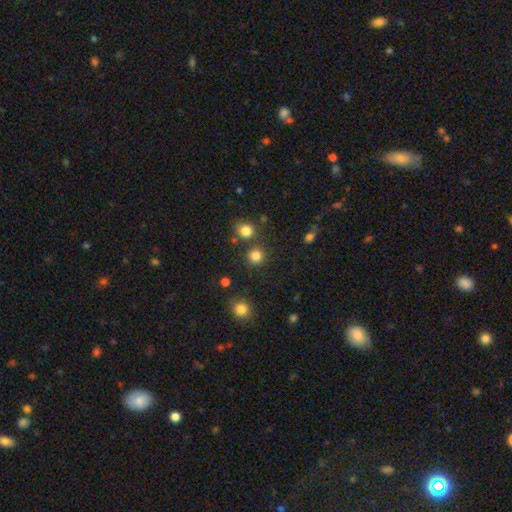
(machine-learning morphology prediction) smooth_or_featured: smooth (p=0.82) [alt: star or artifact p=0.14]
how_rounded: round (p=0.92) [alt: in between p=0.07]
merging: none (p=0.83) [alt: merger p=0.08]